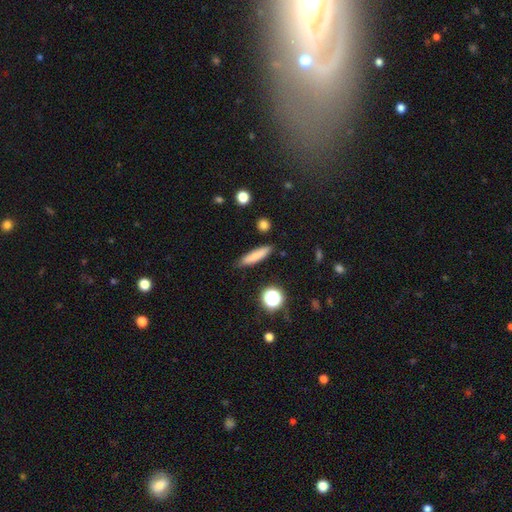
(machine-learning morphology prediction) smooth_or_featured: smooth (p=0.77) [alt: featured or disk p=0.14]
how_rounded: cigar-shaped (p=0.79) [alt: in between p=0.18]
merging: none (p=0.85) [alt: minor disturbance p=0.11]